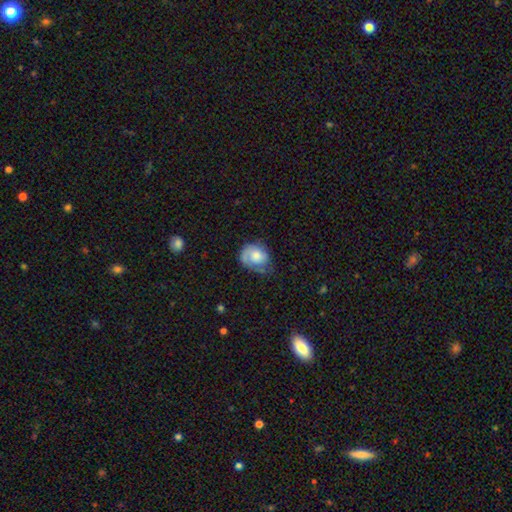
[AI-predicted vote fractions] The model was most divided on "smooth or featured": featured or disk: 48%, smooth: 45%, star or artifact: 7%. Remaining: merging — none (49%).